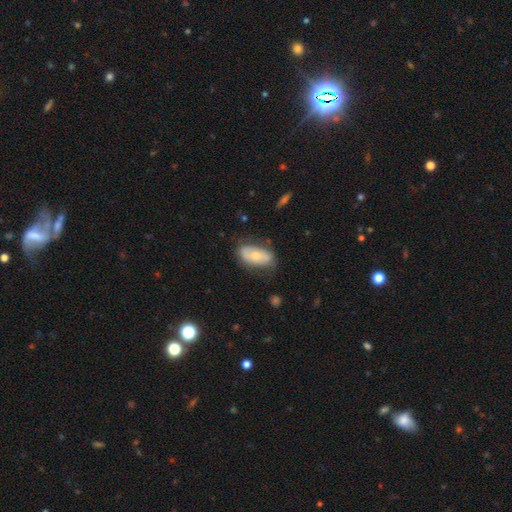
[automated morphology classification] smooth_or_featured: smooth (p=0.53) [alt: featured or disk p=0.41]
how_rounded: in between (p=0.90) [alt: cigar-shaped p=0.06]
merging: none (p=0.69) [alt: minor disturbance p=0.22]